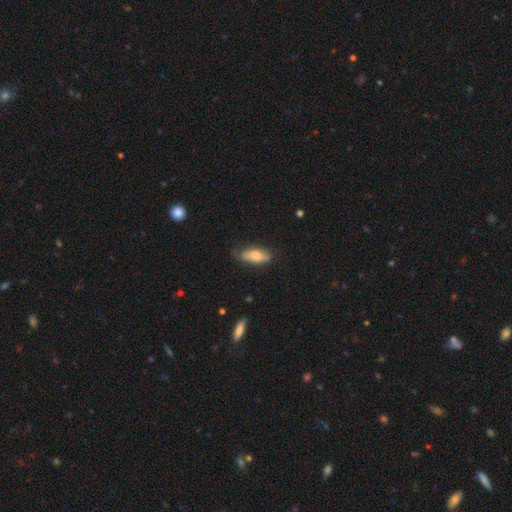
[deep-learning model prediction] Smooth or featured? Predicted: smooth (p=0.72). How rounded? Predicted: in between (p=0.69). Merging? Predicted: none (p=0.71).